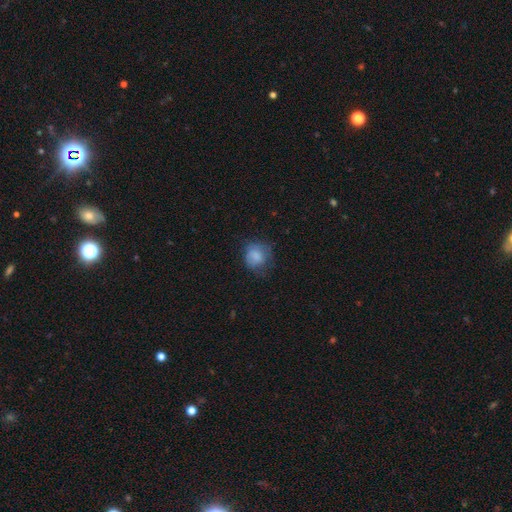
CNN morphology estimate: Q: Smooth or featured?
A: smooth (76%); runner-up: featured or disk (15%)
Q: How rounded?
A: round (72%); runner-up: in between (28%)
Q: Merging?
A: none (56%); runner-up: minor disturbance (27%)